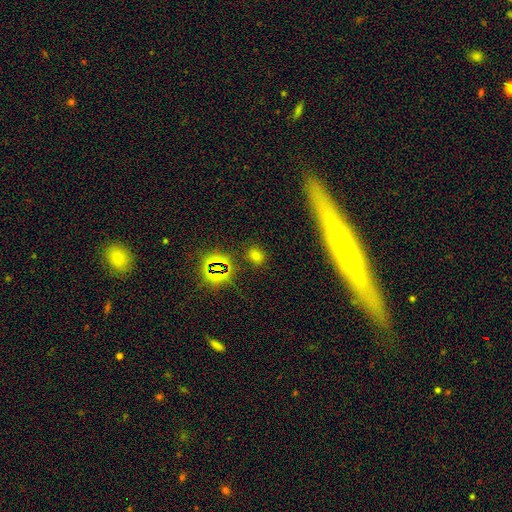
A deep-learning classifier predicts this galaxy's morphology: Overall: smooth (63%; star or artifact 31%). How rounded: in between (50%; round 47%). Merging: none (84%).